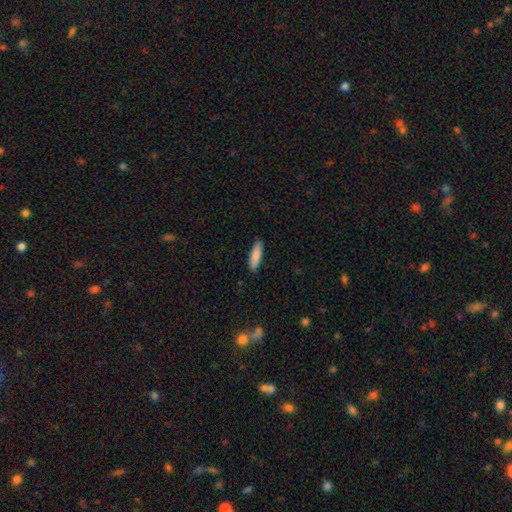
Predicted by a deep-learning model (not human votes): Morphology: type=smooth (85%); roundness=cigar-shaped (70%); merging=none (90%).